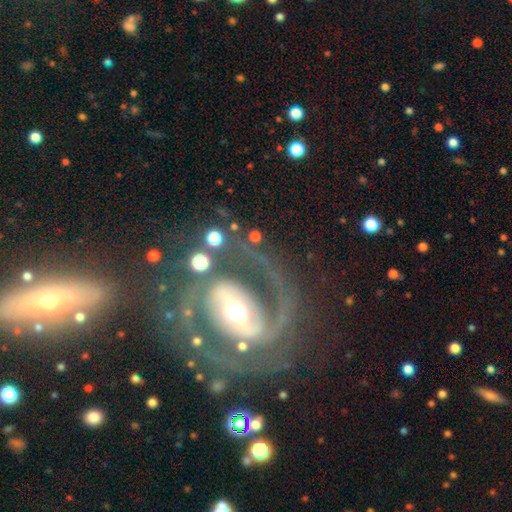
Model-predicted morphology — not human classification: featured or disk 89%, smooth 6%, star or artifact 6%. Down the decision tree: edge-on disk — no (97%); bar — strong (38%); spiral arms — yes (93%); spiral arm count — 2 (83%); spiral winding — medium (49%); bulge size — moderate (62%); merging — none (62%).